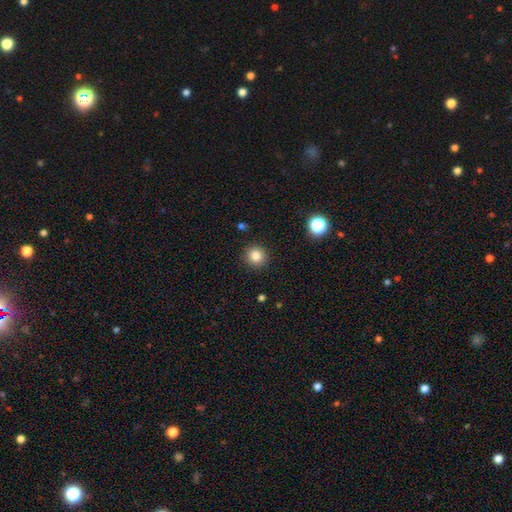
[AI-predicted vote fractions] A smooth galaxy with no disk features (84%) that is round (93%).

Vote fractions:
- Smooth or featured? smooth: 84% / star or artifact: 11% / featured or disk: 5%
- How rounded? round: 93% / in between: 6% / cigar-shaped: 1%
- Merging? none: 91% / minor disturbance: 6% / major disturbance: 2% / merger: 1%